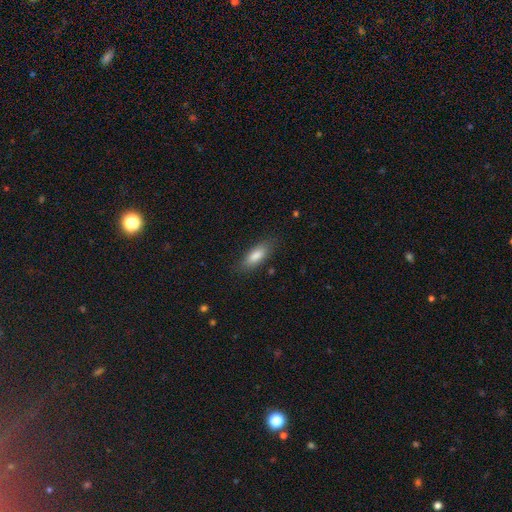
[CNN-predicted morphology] Overall: smooth (80%). How rounded: in between (64%; cigar-shaped 34%). Merging: none (82%).